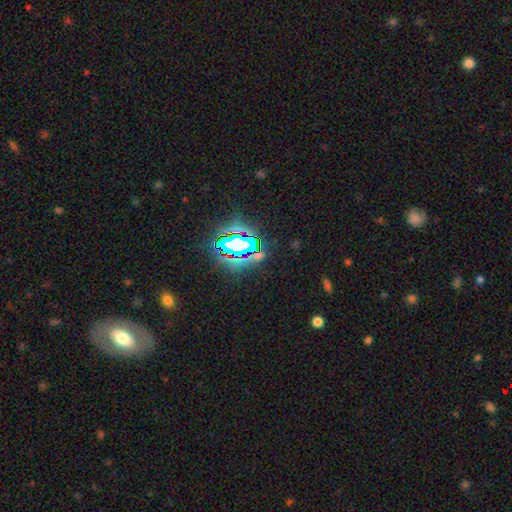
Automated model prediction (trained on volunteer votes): Morphology: type=star or artifact (73%).